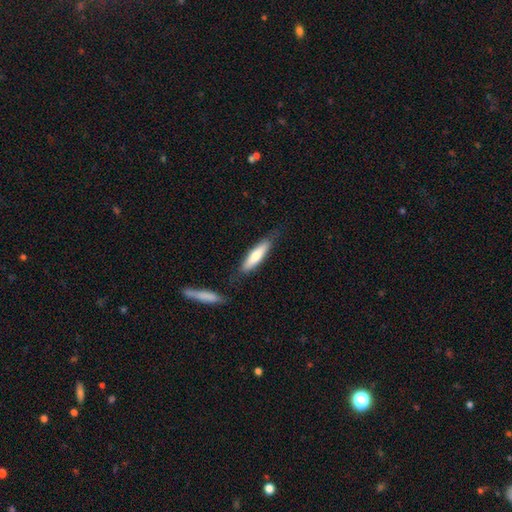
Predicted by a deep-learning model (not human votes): Smooth or featured?
  - smooth: 70% *
  - featured or disk: 25%
  - star or artifact: 5%
How rounded?
  - cigar-shaped: 72% *
  - in between: 27%
  - round: 1%
Merging?
  - none: 77% *
  - minor disturbance: 15%
  - merger: 4%
  - major disturbance: 4%